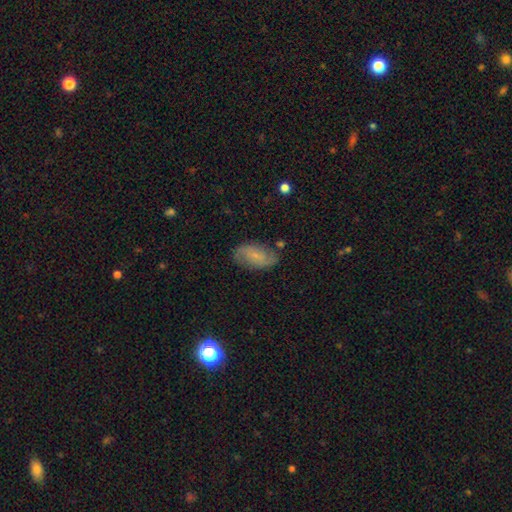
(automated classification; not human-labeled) smooth-or-featured: featured or disk: 49% | smooth: 42% | star or artifact: 9%
  merging: none: 74% | minor disturbance: 18% | major disturbance: 5% | merger: 2%